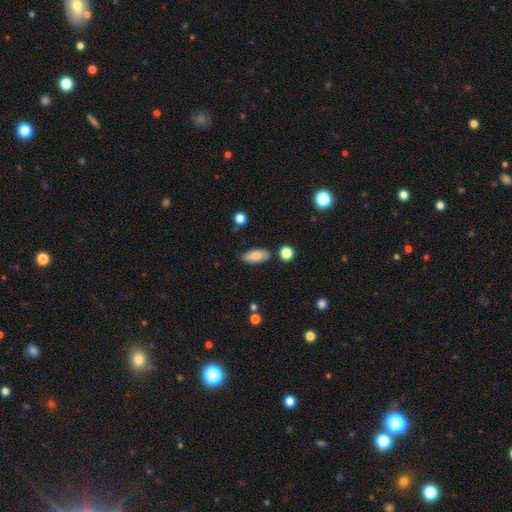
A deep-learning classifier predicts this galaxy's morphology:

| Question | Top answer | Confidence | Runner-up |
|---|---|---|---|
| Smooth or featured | smooth | 80% | featured or disk (13%) |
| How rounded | in between | 81% | cigar-shaped (16%) |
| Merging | none | 82% | minor disturbance (12%) |